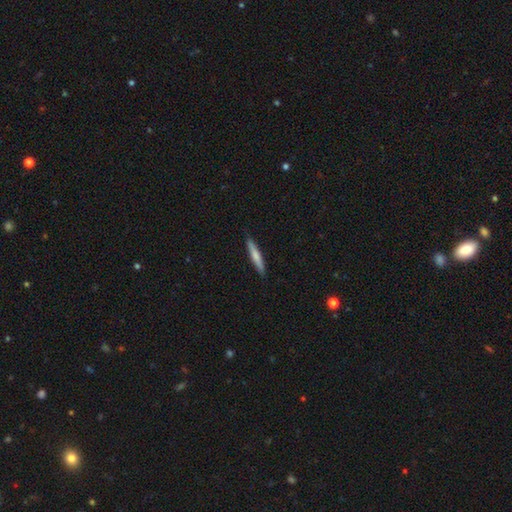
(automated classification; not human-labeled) smooth-or-featured: smooth: 67% | featured or disk: 27% | star or artifact: 5%
  how-rounded: cigar-shaped: 94% | in between: 5% | round: 1%
  merging: none: 90% | minor disturbance: 8% | major disturbance: 1% | merger: 1%